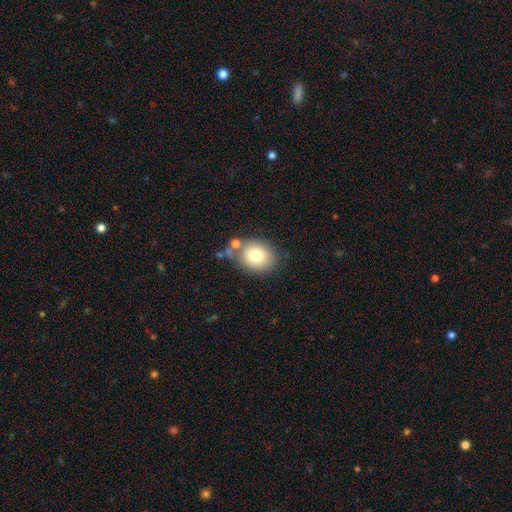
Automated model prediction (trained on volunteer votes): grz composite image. It shows a smooth galaxy with no disk features (77%) that is round (62%). Merging: none (68%).